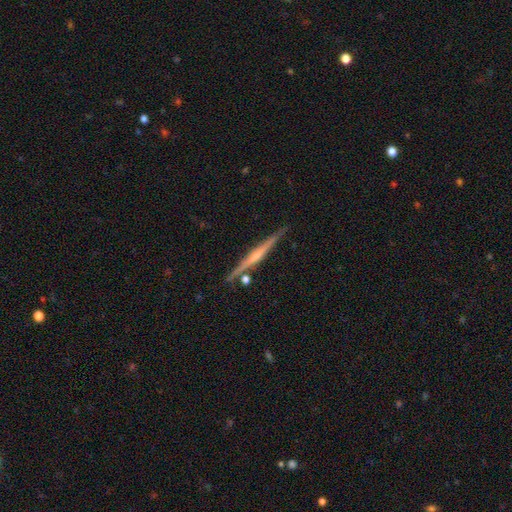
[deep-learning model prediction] smooth-or-featured: featured or disk: 74% | smooth: 20% | star or artifact: 6%
  disk-edge-on: yes: 98% | no: 2%
    edge-on-bulge: rounded: 55% | none: 33% | boxy: 13%
  merging: none: 86% | minor disturbance: 8% | merger: 3% | major disturbance: 2%